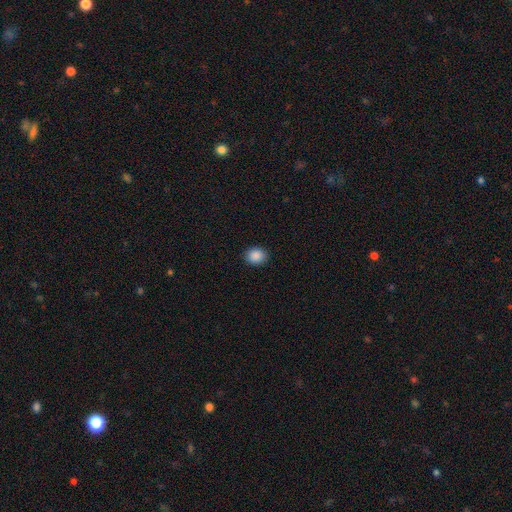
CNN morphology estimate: smooth_or_featured: smooth (p=0.88) [alt: star or artifact p=0.09]
how_rounded: round (p=0.60) [alt: in between p=0.39]
merging: none (p=0.90) [alt: minor disturbance p=0.07]